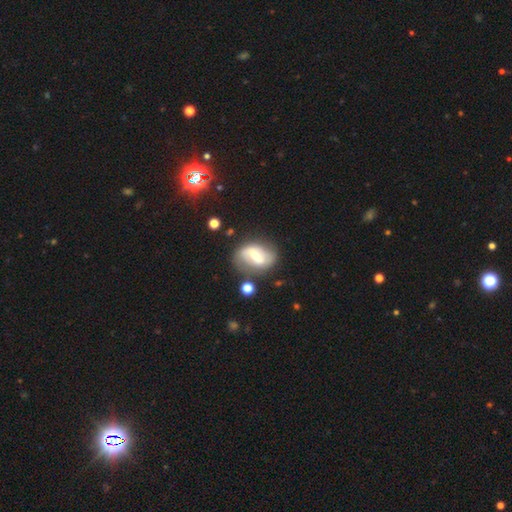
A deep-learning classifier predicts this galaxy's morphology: smooth-or-featured: featured or disk: 54% | smooth: 38% | star or artifact: 8%
  disk-edge-on: no: 93% | yes: 7%
    bar: strong: 51% | weak: 35% | no: 14%
    has-spiral-arms: yes: 60% | no: 40%
    bulge-size: moderate: 41% | small: 32% | large: 13% | none: 11% | dominant: 3%
  merging: none: 62% | minor disturbance: 22% | major disturbance: 11% | merger: 6%